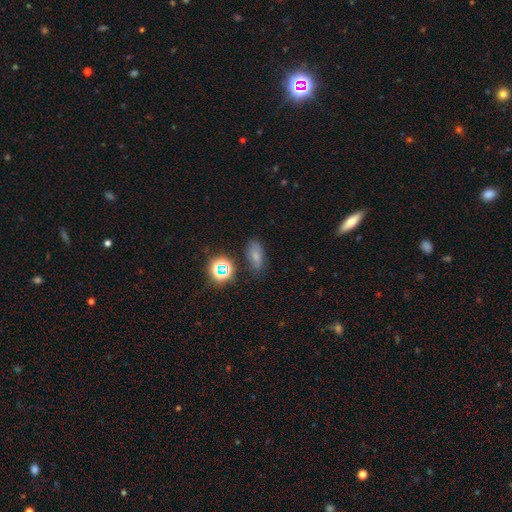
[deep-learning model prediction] The model was most divided on "smooth or featured": smooth: 64%, star or artifact: 21%, featured or disk: 15%. More confident: how rounded — in between (82%); merging — none (67%).